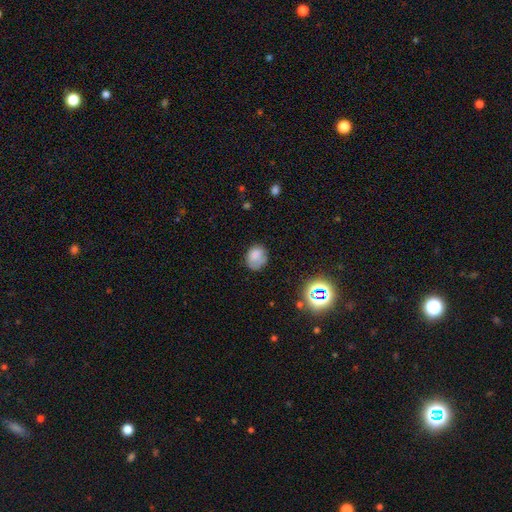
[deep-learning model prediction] Smooth or featured: smooth — 78% (star or artifact — 12%)
How rounded: round — 55% (in between — 44%)
Merging: none — 62% (minor disturbance — 27%)